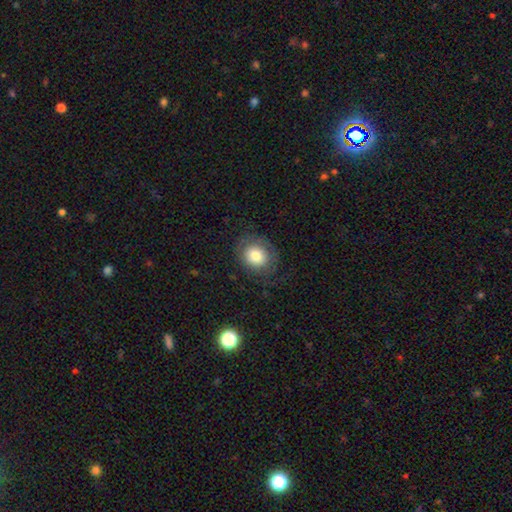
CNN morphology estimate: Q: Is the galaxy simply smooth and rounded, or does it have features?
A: smooth — 74%.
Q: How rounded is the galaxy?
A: round — 69%.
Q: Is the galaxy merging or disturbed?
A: none — 71%.